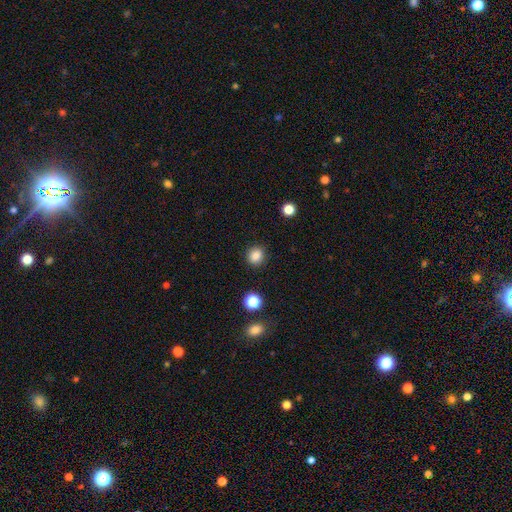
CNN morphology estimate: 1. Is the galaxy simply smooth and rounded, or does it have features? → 86% smooth, 11% star or artifact, 4% featured or disk.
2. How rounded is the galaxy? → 81% round, 18% in between, 1% cigar-shaped.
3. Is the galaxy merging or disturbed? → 90% none, 7% minor disturbance, 2% major disturbance, 2% merger.